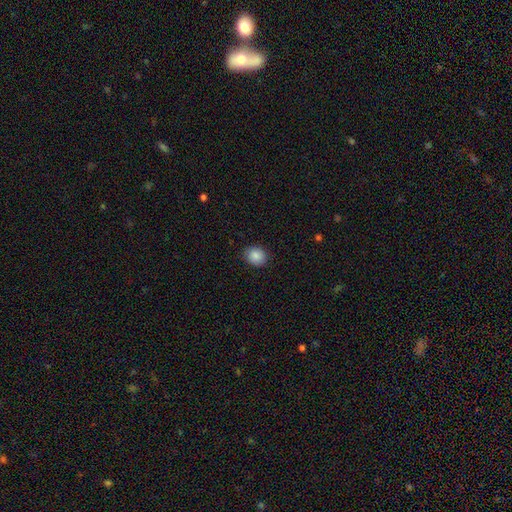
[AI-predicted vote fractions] A smooth galaxy with no disk features (88%) that is round (59%). Merging: none (88%).